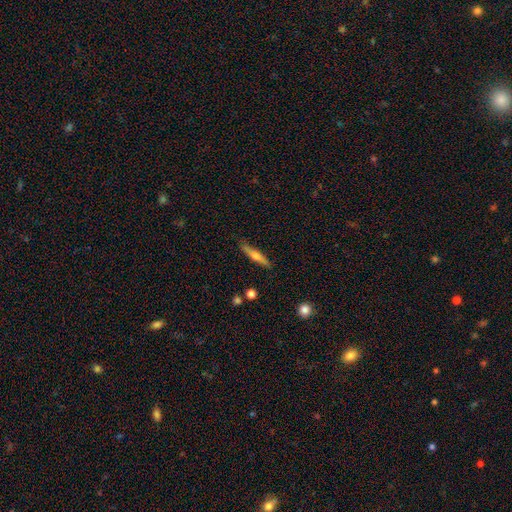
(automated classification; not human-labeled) Smooth or featured? featured or disk (52%)
Edge-on disk? yes (95%)
Merging? none (86%)